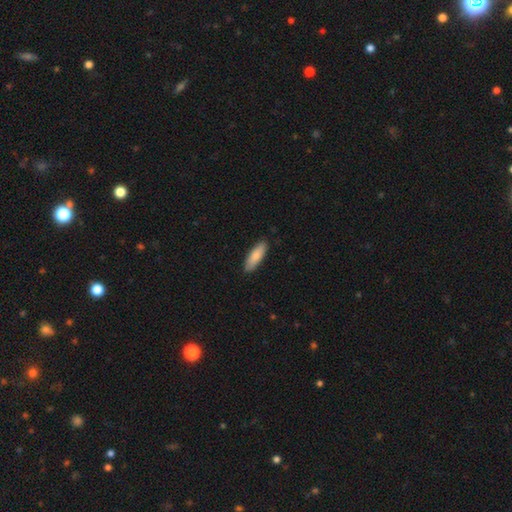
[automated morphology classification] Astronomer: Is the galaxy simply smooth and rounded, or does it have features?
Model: smooth — 84%.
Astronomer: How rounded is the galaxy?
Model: in between — 52% (runner-up: cigar-shaped, 46%).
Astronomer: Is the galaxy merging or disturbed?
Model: none — 88%.